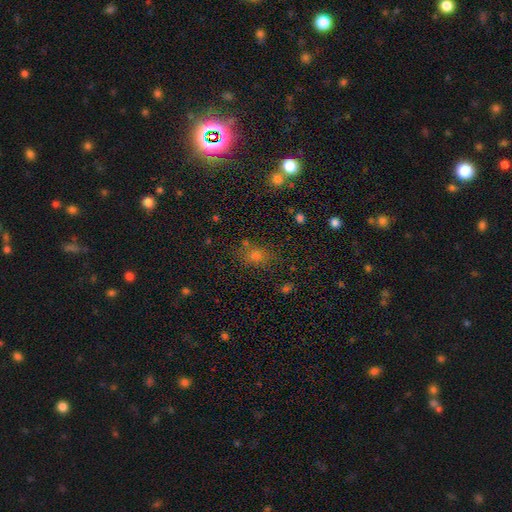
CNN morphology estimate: type=smooth (60%); roundness=round (58%); merging=none (77%).